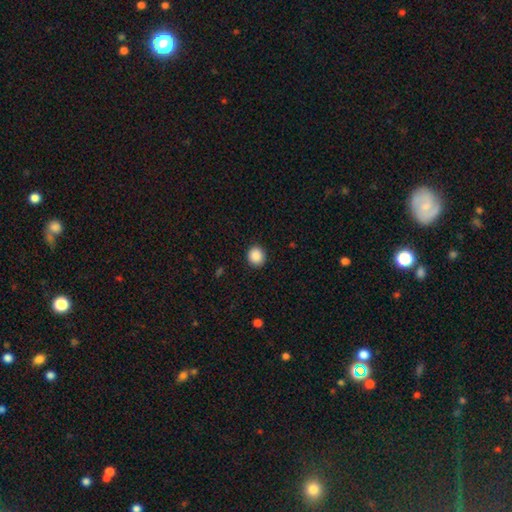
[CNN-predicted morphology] This is clearly a smooth galaxy (89%). How rounded: clearly round (84%). Merging: clearly none (91%).